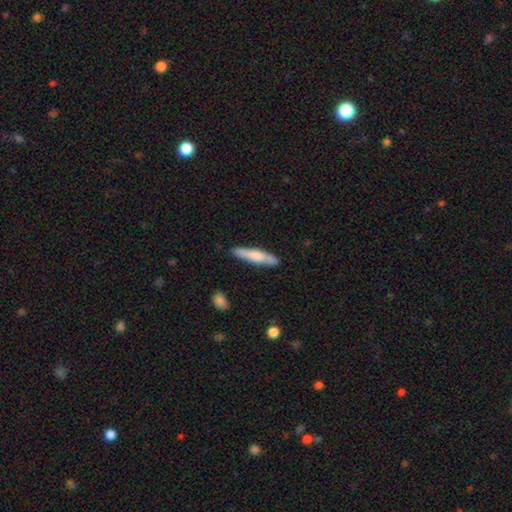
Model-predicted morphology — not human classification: This appears to be a smooth galaxy with no disk features (63%) that is cigar-shaped (88%). Merging: none (83%).